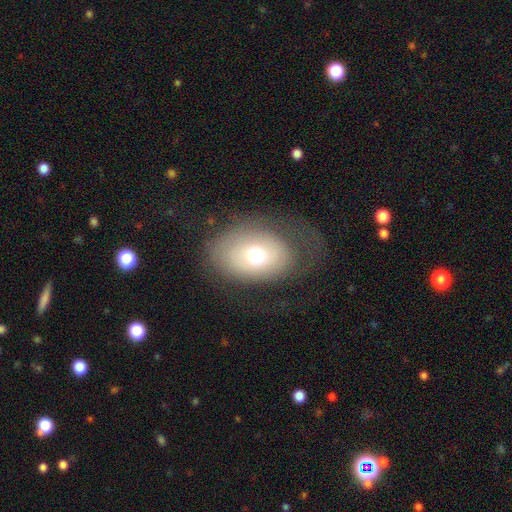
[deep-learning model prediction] smooth 64%, featured or disk 24%, star or artifact 13%. Down the decision tree: how rounded — in between (64%); merging — none (56%).